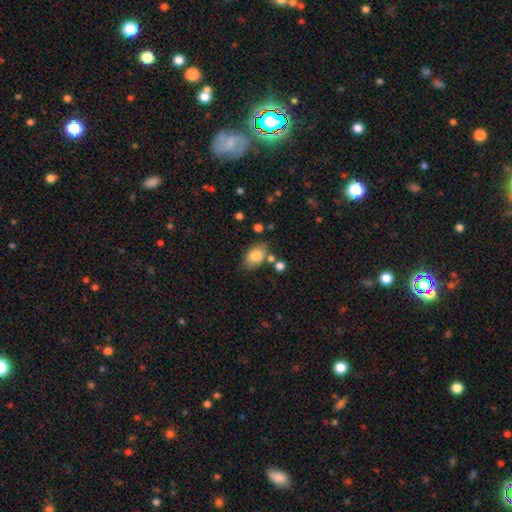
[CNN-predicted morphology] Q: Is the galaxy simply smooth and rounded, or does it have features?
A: smooth — 83%.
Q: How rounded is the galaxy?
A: in between — 87%.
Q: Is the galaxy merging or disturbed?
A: none — 70%.